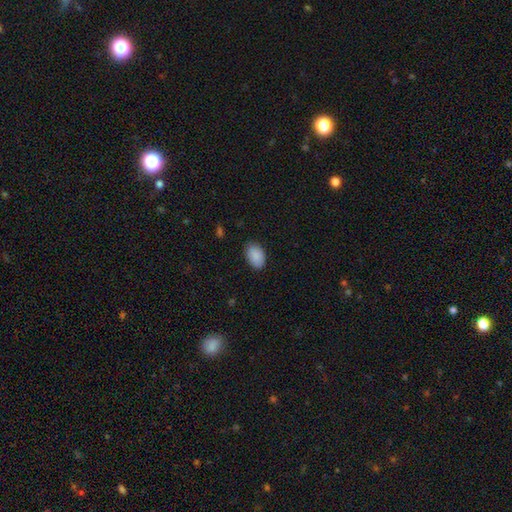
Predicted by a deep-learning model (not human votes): A smooth galaxy with no disk features (90%) that is in between round and cigar-shaped (90%).

Vote fractions:
- Smooth or featured? smooth: 90% / star or artifact: 7% / featured or disk: 3%
- How rounded? in between: 90% / round: 9% / cigar-shaped: 1%
- Merging? none: 85% / minor disturbance: 12% / major disturbance: 2% / merger: 1%